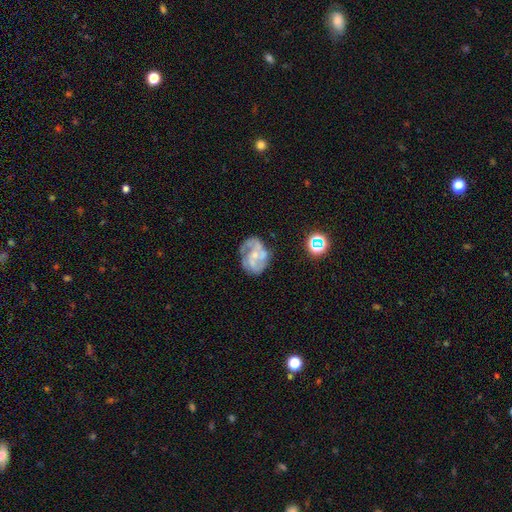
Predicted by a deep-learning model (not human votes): smooth_or_featured: featured or disk (p=0.77) [alt: smooth p=0.15]
disk_edge_on: no (p=0.98) [alt: yes p=0.02]
bar: no (p=0.67) [alt: weak p=0.27]
has_spiral_arms: yes (p=0.82) [alt: no p=0.18]
spiral_winding: medium (p=0.47) [alt: tight p=0.33]
spiral_arm_count: 2 (p=0.36) [alt: 3 p=0.27]
bulge_size: small (p=0.55) [alt: moderate p=0.27]
merging: none (p=0.55) [alt: minor disturbance p=0.23]